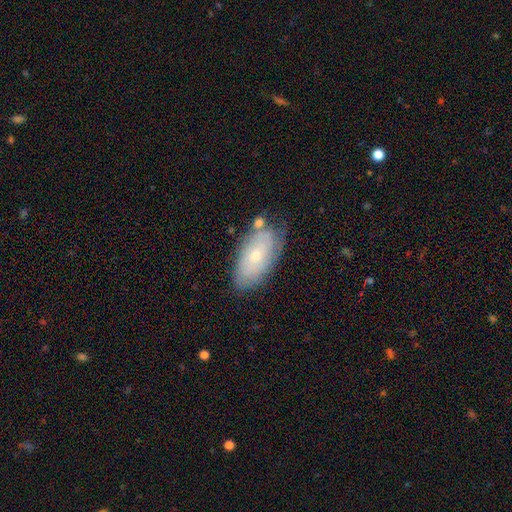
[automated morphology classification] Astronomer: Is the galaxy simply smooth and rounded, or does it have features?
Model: featured or disk — 49% (runner-up: smooth, 44%).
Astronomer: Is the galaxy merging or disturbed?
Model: none — 67%.